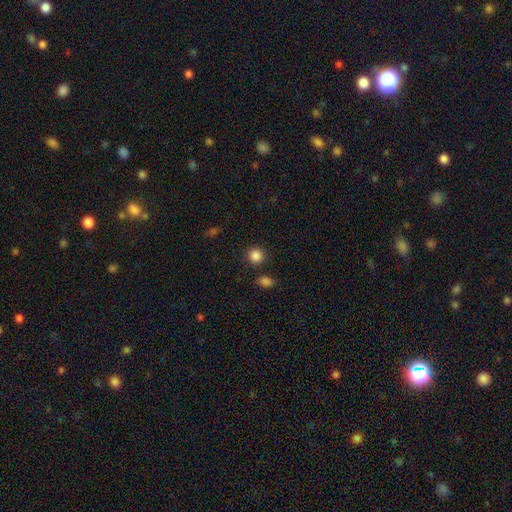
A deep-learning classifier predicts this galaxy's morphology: Smooth or featured: smooth — 86% (star or artifact — 10%)
How rounded: round — 90% (in between — 9%)
Merging: none — 86% (minor disturbance — 7%)